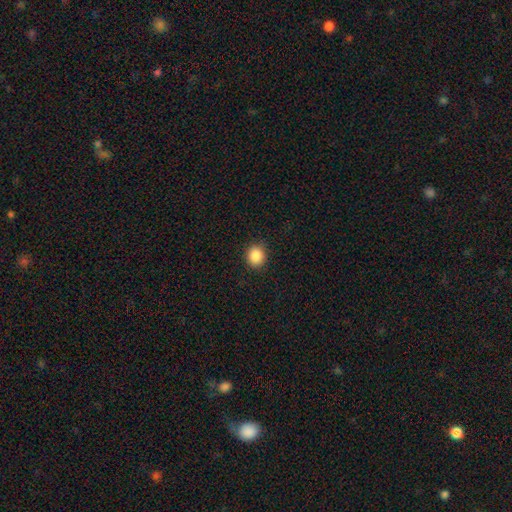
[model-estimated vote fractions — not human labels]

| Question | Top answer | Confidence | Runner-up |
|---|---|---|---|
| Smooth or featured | smooth | 88% | star or artifact (9%) |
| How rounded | round | 82% | in between (17%) |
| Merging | none | 90% | minor disturbance (7%) |